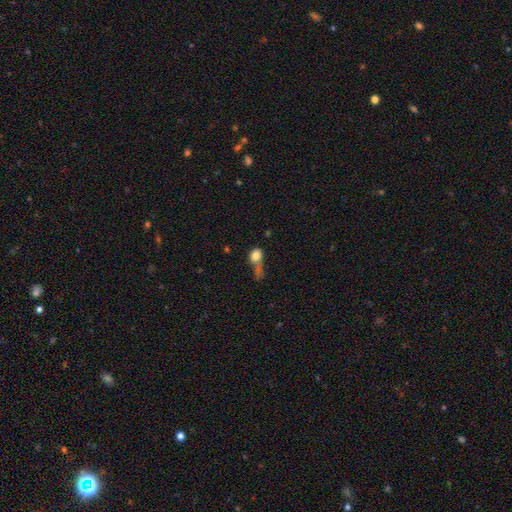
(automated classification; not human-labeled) This is likely a smooth galaxy (78%). How rounded: possibly in between (51%). Merging: marginally merger (38%).